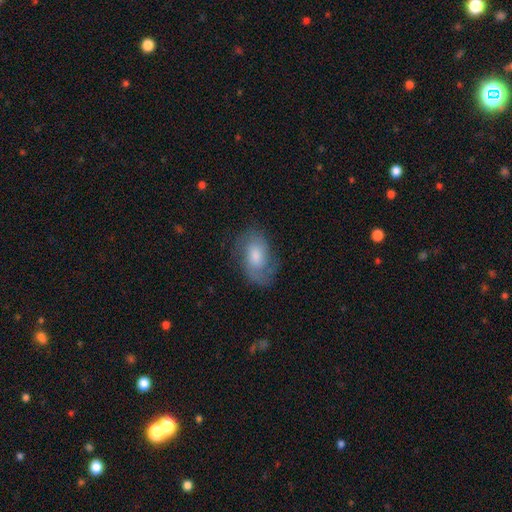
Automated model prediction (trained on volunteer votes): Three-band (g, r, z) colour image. It shows a featured or disk galaxy (53%) with no bar (62%), spiral arms (86%) and a moderate central bulge (47%). Merging: none (67%).